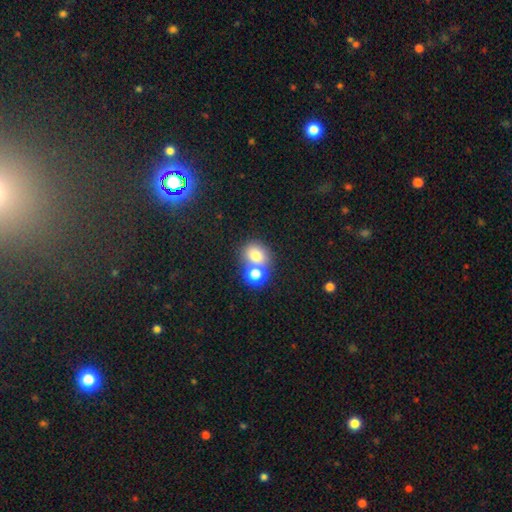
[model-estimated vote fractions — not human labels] The model was most divided on "merging": merger: 48%, none: 41%, minor disturbance: 8%, major disturbance: 4%. More confident: smooth or featured — smooth (74%); how rounded — round (64%).